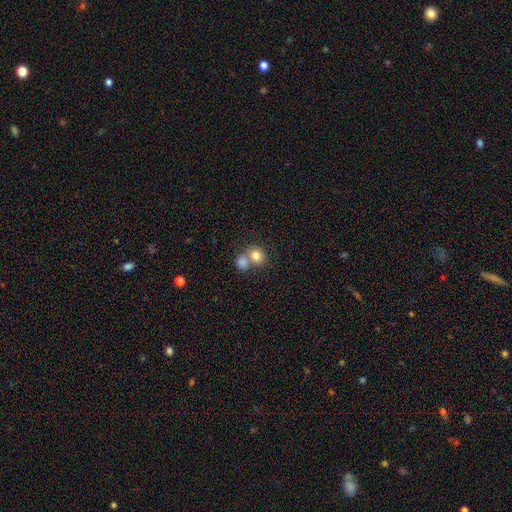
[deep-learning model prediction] Overall: smooth (81%). How rounded: round (77%). Merging: merger (46%; none 44%).